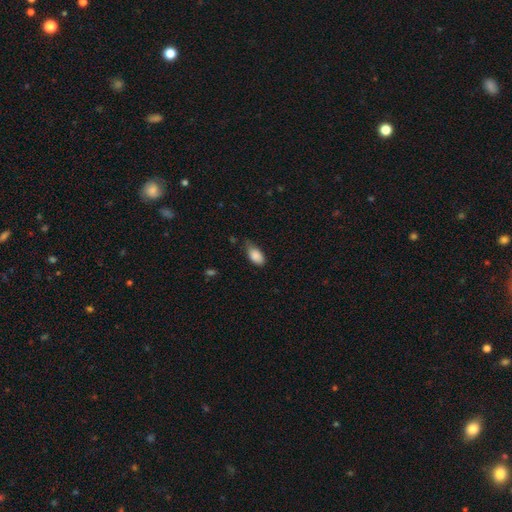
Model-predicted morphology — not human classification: A smooth galaxy with no disk features (88%) that is in between round and cigar-shaped (92%). Merging: none (53%).